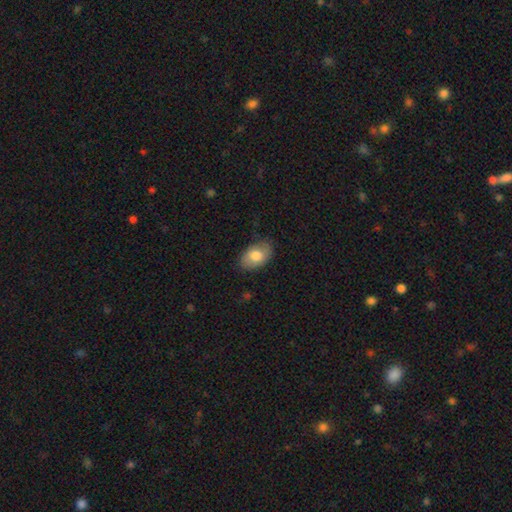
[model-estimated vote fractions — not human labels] Smooth or featured? Predicted: smooth (p=0.77). How rounded? Predicted: in between (p=0.91). Merging? Predicted: none (p=0.78).